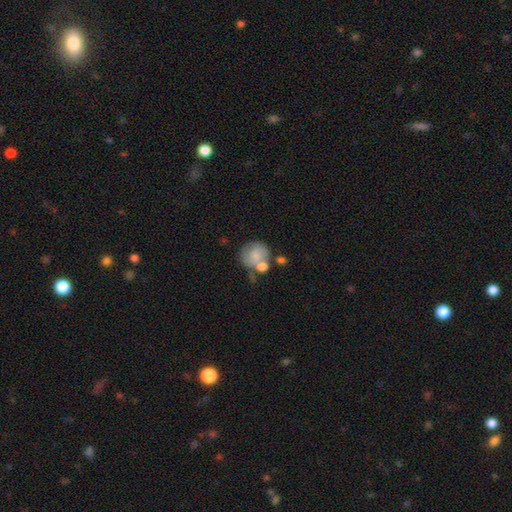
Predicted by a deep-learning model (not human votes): Smooth or featured? smooth (69%)
How rounded? round (78%)
Merging? none (40%)